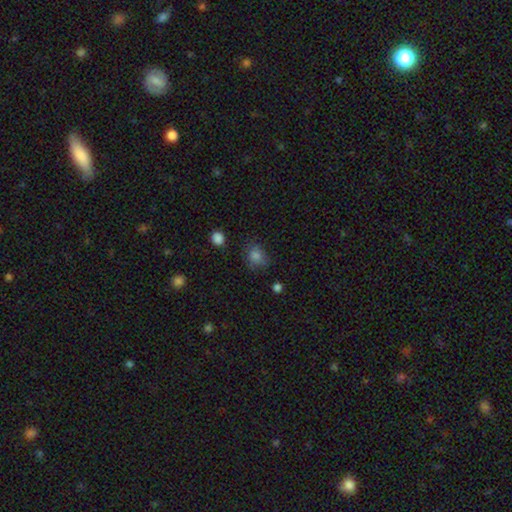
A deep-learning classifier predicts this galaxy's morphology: Smooth or featured: smooth — 81% (star or artifact — 13%)
How rounded: round — 62% (in between — 37%)
Merging: none — 69% (minor disturbance — 22%)